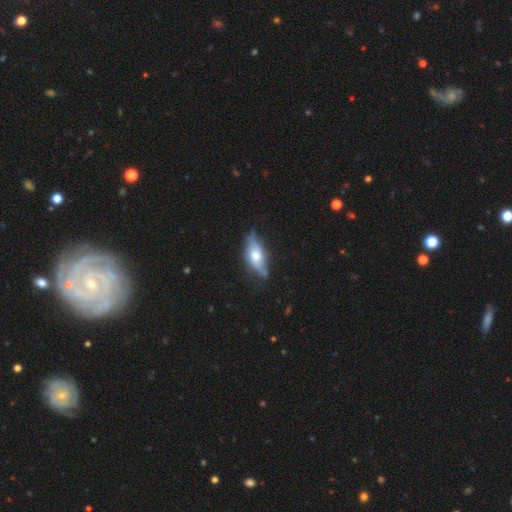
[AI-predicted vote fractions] This appears to be a smooth galaxy with no disk features (48%). Merging: none (66%).